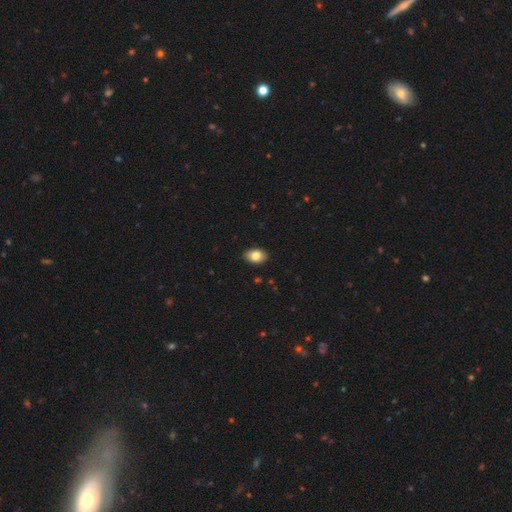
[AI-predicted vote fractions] Smooth or featured: smooth — 82% (featured or disk — 11%)
How rounded: in between — 85% (round — 14%)
Merging: none — 89% (minor disturbance — 8%)